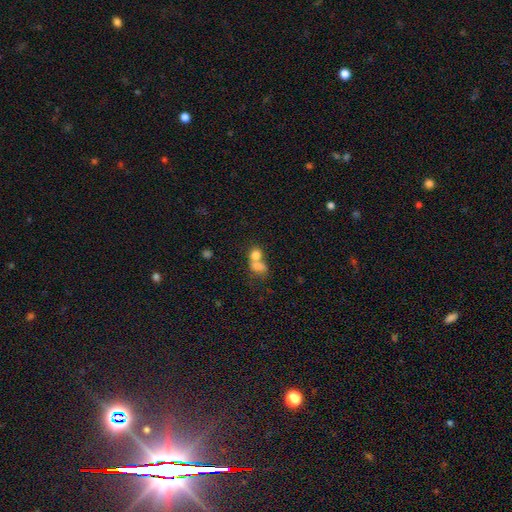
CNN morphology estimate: Smooth or featured?
  - smooth: 75% *
  - featured or disk: 15%
  - star or artifact: 11%
How rounded?
  - round: 55% *
  - in between: 43%
  - cigar-shaped: 2%
Merging?
  - merger: 68% *
  - none: 22%
  - minor disturbance: 6%
  - major disturbance: 4%